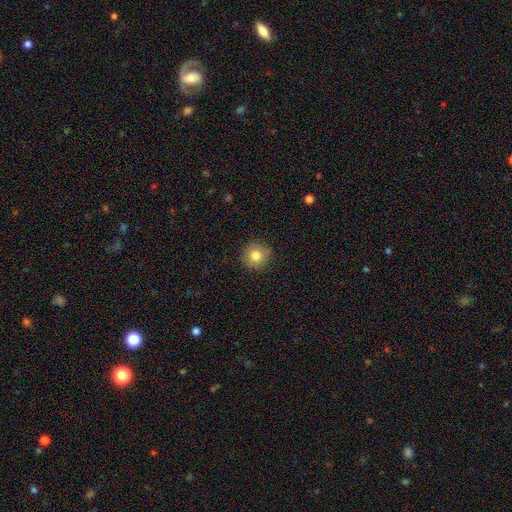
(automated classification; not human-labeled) Smooth or featured? Predicted: smooth (p=0.82). How rounded? Predicted: round (p=0.93). Merging? Predicted: none (p=0.89).